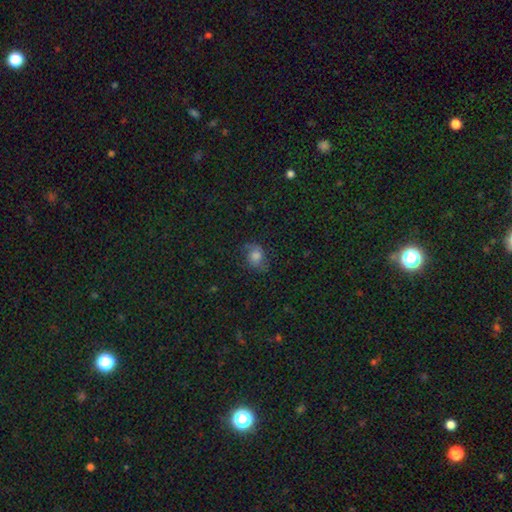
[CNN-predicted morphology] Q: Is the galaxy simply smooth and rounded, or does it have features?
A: smooth — 54%.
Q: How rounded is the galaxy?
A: in between — 50%.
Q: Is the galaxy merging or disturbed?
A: none — 72%.